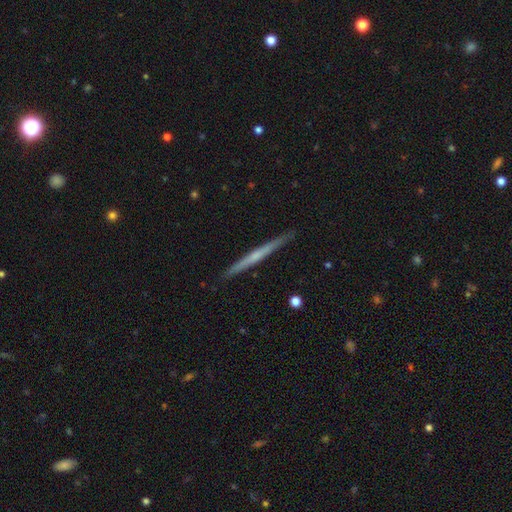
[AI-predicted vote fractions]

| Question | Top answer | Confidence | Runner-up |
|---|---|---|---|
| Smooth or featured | featured or disk | 57% | smooth (37%) |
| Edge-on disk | yes | 98% | no (2%) |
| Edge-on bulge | none | 70% | rounded (24%) |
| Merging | none | 91% | minor disturbance (7%) |